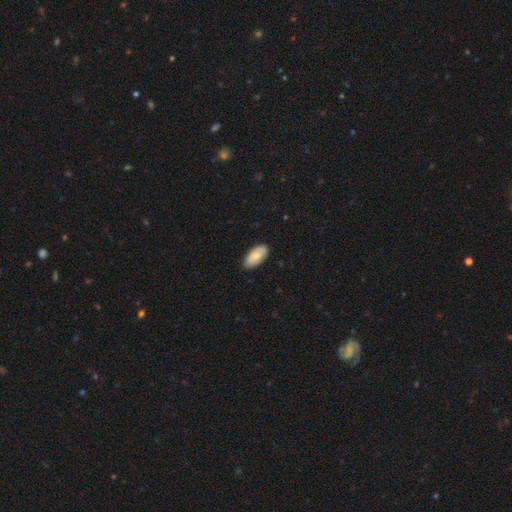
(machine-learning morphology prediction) Q: Smooth or featured?
A: smooth (70%); runner-up: featured or disk (24%)
Q: How rounded?
A: in between (94%); runner-up: cigar-shaped (3%)
Q: Merging?
A: none (79%); runner-up: minor disturbance (18%)